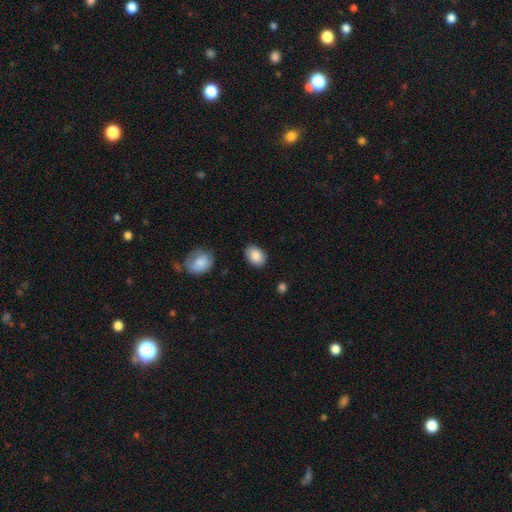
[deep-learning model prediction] A smooth galaxy with no disk features (88%) that is in between round and cigar-shaped (82%).

Vote fractions:
- Smooth or featured? smooth: 88% / star or artifact: 7% / featured or disk: 5%
- How rounded? in between: 82% / round: 17% / cigar-shaped: 1%
- Merging? none: 84% / minor disturbance: 11% / major disturbance: 2% / merger: 2%